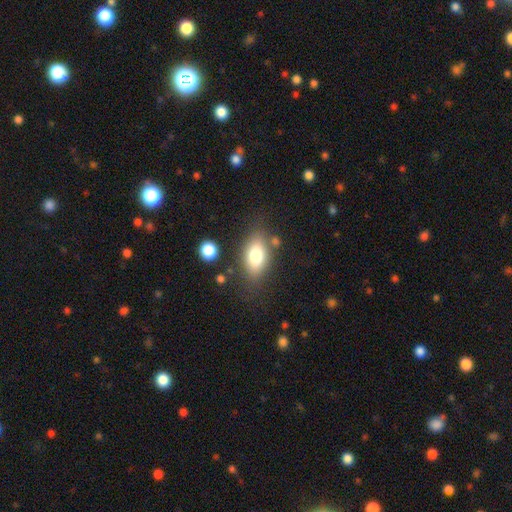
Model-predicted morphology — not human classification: A smooth galaxy with no disk features (76%) that is in between round and cigar-shaped (87%). Merging: none (72%).